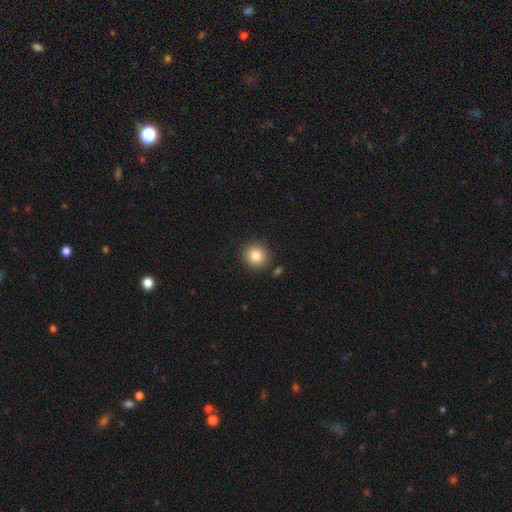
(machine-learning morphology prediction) Smooth or featured? smooth (84%)
How rounded? round (92%)
Merging? none (88%)